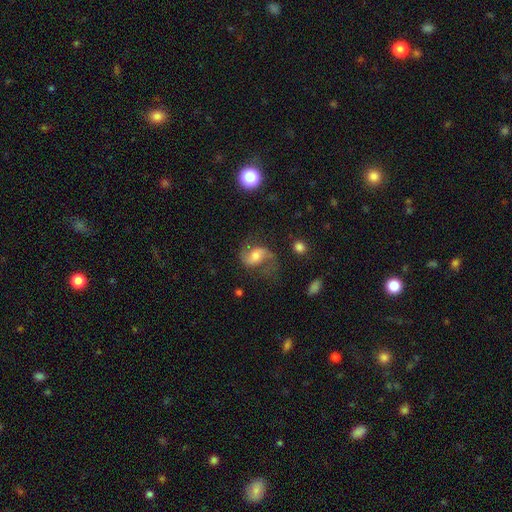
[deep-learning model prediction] smooth-or-featured: featured or disk: 77% | smooth: 15% | star or artifact: 8%
  disk-edge-on: no: 97% | yes: 3%
    bar: no: 43% | weak: 42% | strong: 15%
    has-spiral-arms: yes: 94% | no: 6%
      spiral-winding: loose: 61% | medium: 33% | tight: 6%
      spiral-arm-count: 2: 90% | 1: 4% | can't tell: 3% | 3: 1% | 4: 1% | more than 4: 1%
    bulge-size: moderate: 56% | small: 26% | large: 12% | none: 4% | dominant: 2%
  merging: none: 61% | minor disturbance: 19% | major disturbance: 17% | merger: 3%